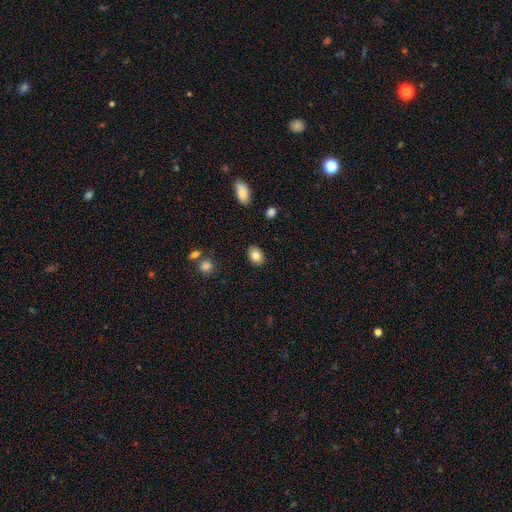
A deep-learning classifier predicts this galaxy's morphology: type=smooth (83%); roundness=in between (72%); merging=none (87%).